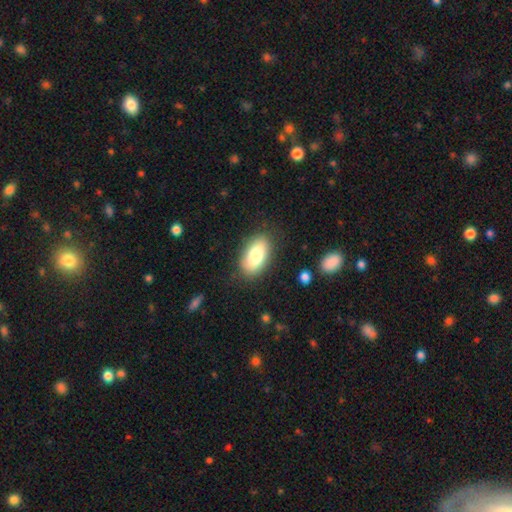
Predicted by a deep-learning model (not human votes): Morphology: type=smooth (80%); roundness=in between (92%); merging=none (84%).